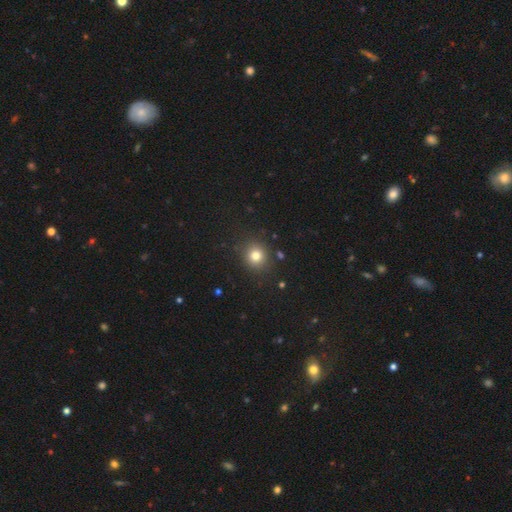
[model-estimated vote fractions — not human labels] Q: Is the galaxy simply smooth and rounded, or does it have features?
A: smooth — 78%.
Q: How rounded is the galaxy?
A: round — 86%.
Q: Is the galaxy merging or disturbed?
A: none — 88%.